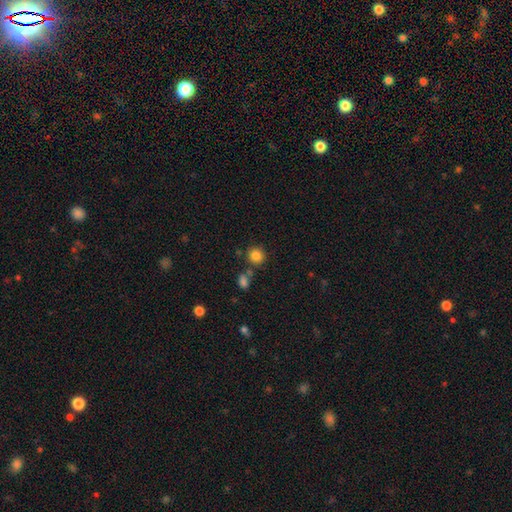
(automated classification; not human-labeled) Smooth or featured? Predicted: smooth (p=0.83). How rounded? Predicted: round (p=0.90). Merging? Predicted: none (p=0.77).